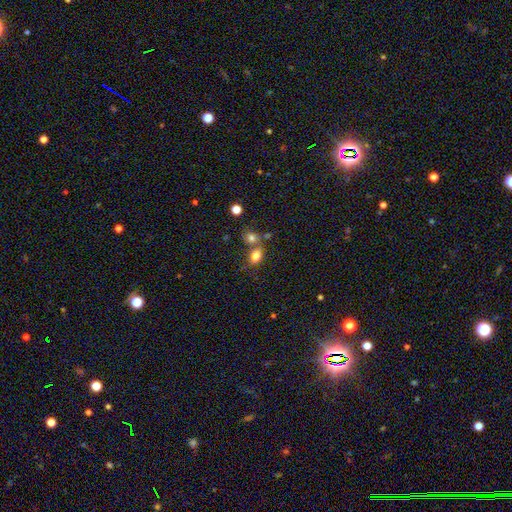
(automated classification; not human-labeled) Overall: smooth (81%). How rounded: in between (72%). Merging: none (50%; merger 34%).